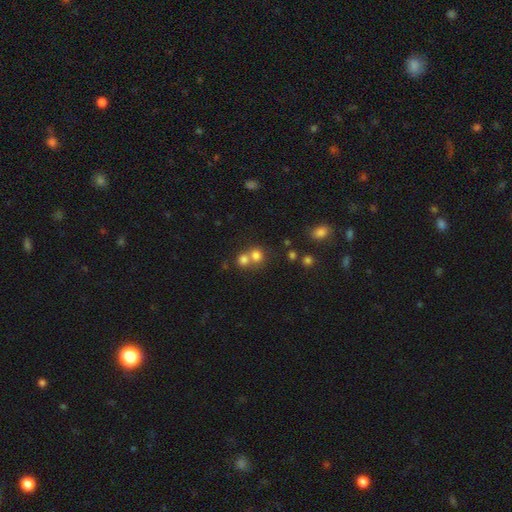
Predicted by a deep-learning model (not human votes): A smooth galaxy with no disk features (75%) that is round (81%). Merging: merger (50%).